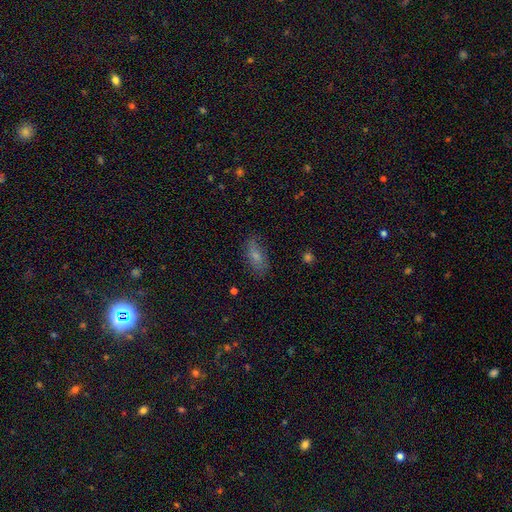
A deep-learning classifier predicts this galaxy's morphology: Smooth or featured: smooth — 71% (featured or disk — 18%)
How rounded: in between — 82% (cigar-shaped — 14%)
Merging: none — 76% (minor disturbance — 18%)